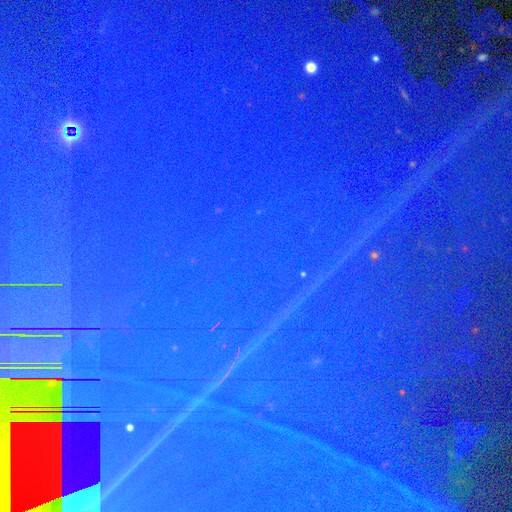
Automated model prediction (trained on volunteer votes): This is clearly a star or artifact rather than a galaxy (86%).